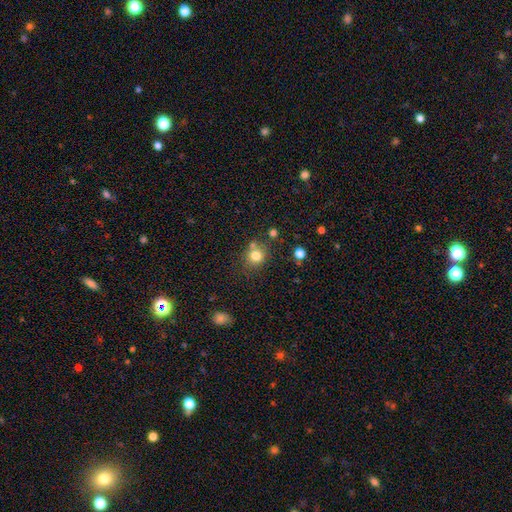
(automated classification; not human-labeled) Smooth or featured? Predicted: smooth (p=0.78). How rounded? Predicted: round (p=0.79). Merging? Predicted: none (p=0.66).